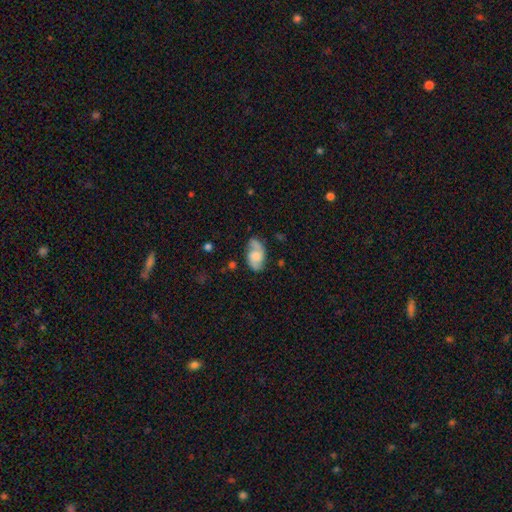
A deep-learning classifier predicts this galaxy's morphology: smooth-or-featured: featured or disk: 50% | smooth: 42% | star or artifact: 8%
  merging: none: 61% | minor disturbance: 26% | major disturbance: 9% | merger: 4%